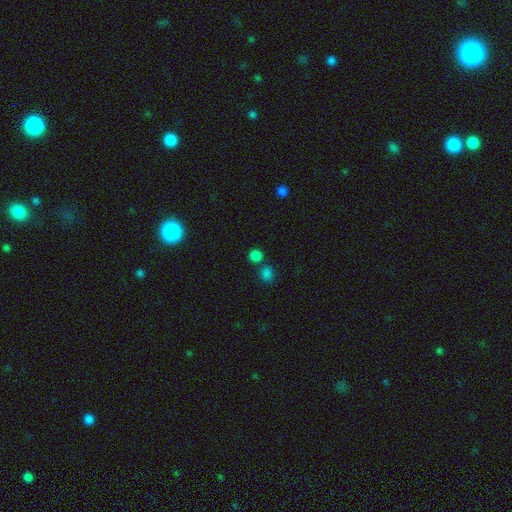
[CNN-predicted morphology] smooth 78%, star or artifact 18%, featured or disk 4%. Down the decision tree: how rounded — round (89%); merging — none (70%).